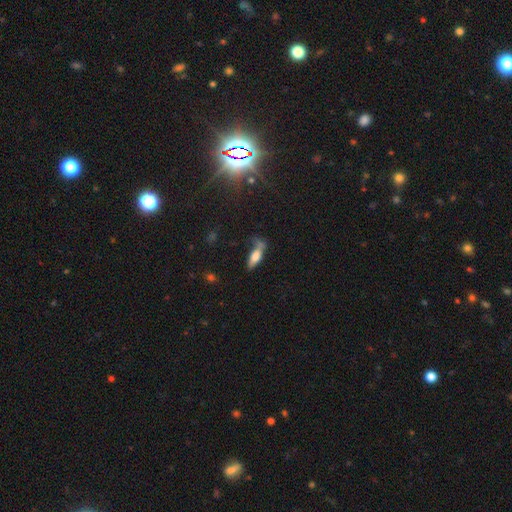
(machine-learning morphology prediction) Q: Smooth or featured?
A: smooth (64%); runner-up: featured or disk (27%)
Q: How rounded?
A: in between (57%); runner-up: cigar-shaped (40%)
Q: Merging?
A: none (41%); runner-up: minor disturbance (25%)